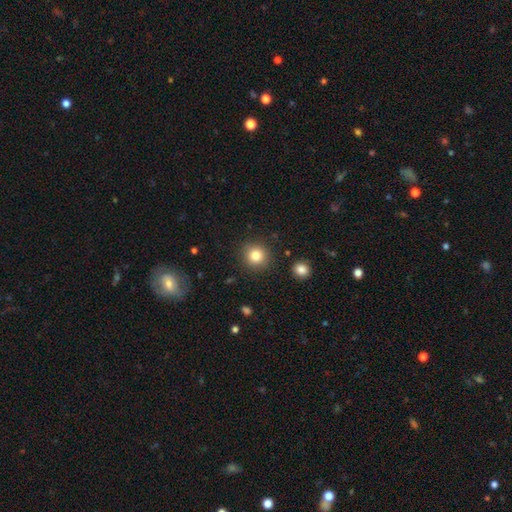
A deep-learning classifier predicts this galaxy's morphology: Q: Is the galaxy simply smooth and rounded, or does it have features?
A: smooth — 82%.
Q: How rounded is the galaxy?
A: round — 93%.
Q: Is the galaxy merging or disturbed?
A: none — 88%.